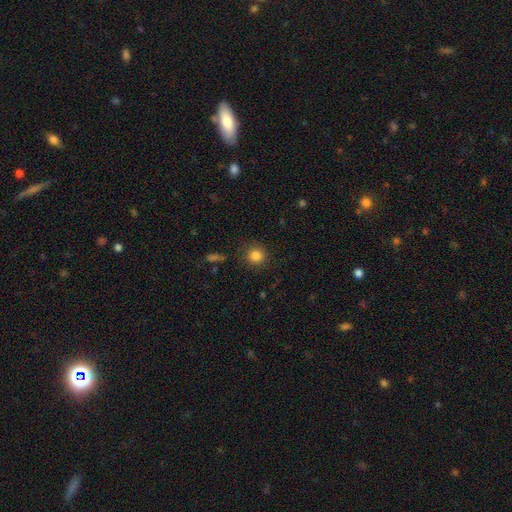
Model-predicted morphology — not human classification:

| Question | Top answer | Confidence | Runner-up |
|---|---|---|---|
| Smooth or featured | smooth | 84% | star or artifact (11%) |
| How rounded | round | 93% | in between (6%) |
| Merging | none | 87% | minor disturbance (8%) |